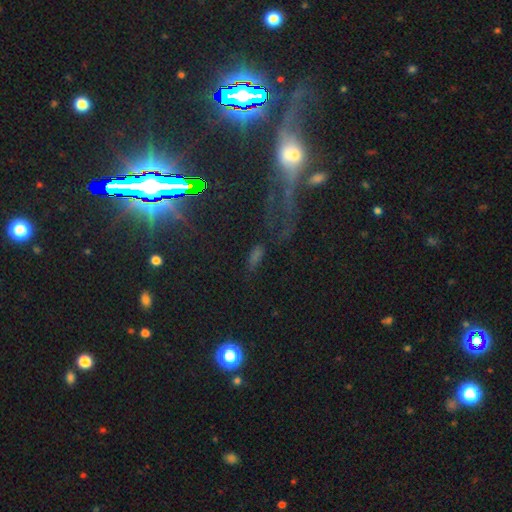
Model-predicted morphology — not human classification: Smooth or featured? star or artifact (48%)